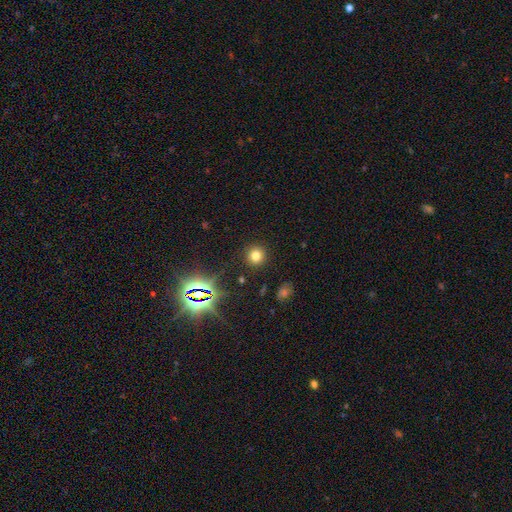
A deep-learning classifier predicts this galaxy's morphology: Smooth or featured?
  - smooth: 73% *
  - star or artifact: 20%
  - featured or disk: 7%
How rounded?
  - round: 92% *
  - in between: 7%
  - cigar-shaped: 1%
Merging?
  - none: 90% *
  - minor disturbance: 6%
  - major disturbance: 2%
  - merger: 2%